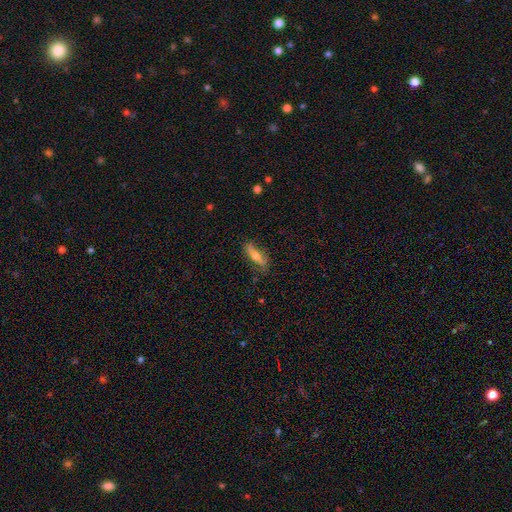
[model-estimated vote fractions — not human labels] Smooth or featured? smooth (49%)
Merging? none (75%)